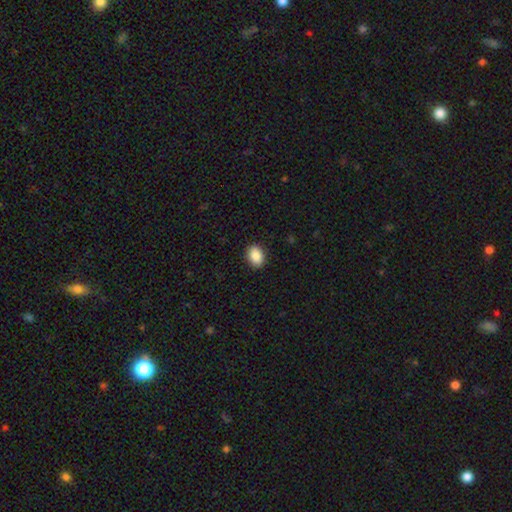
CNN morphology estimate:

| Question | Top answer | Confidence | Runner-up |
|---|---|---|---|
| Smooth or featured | smooth | 89% | star or artifact (8%) |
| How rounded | in between | 74% | round (25%) |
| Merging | none | 90% | minor disturbance (8%) |